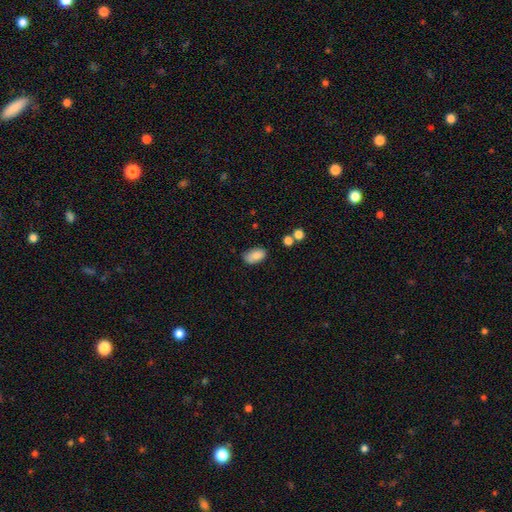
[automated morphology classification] smooth_or_featured: smooth (p=0.84) [alt: featured or disk p=0.08]
how_rounded: in between (p=0.93) [alt: round p=0.05]
merging: none (p=0.68) [alt: minor disturbance p=0.23]